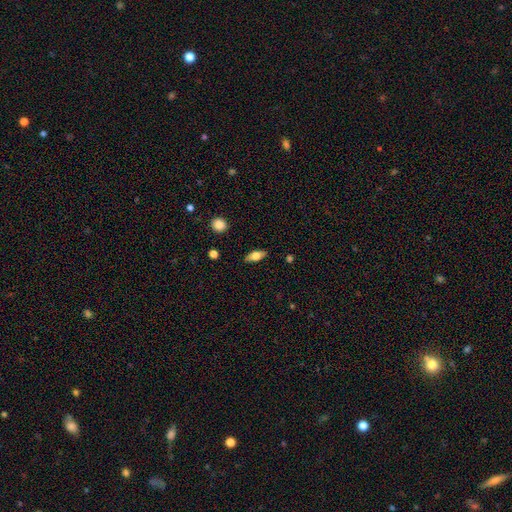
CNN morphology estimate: Overall: smooth (70%). How rounded: in between (80%). Merging: none (86%).